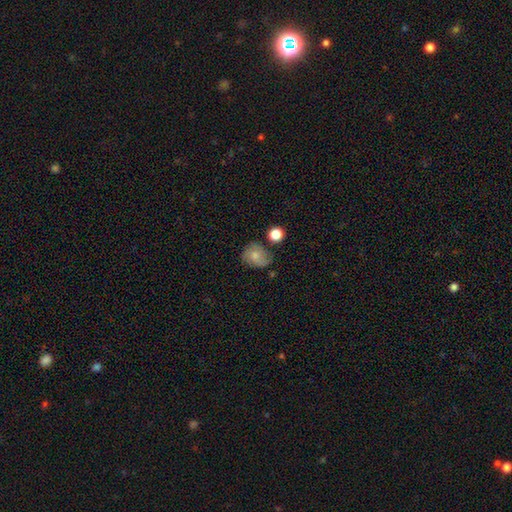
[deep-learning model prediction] Smooth or featured: smooth — 63% (featured or disk — 28%)
How rounded: round — 63% (in between — 36%)
Merging: none — 56% (minor disturbance — 28%)